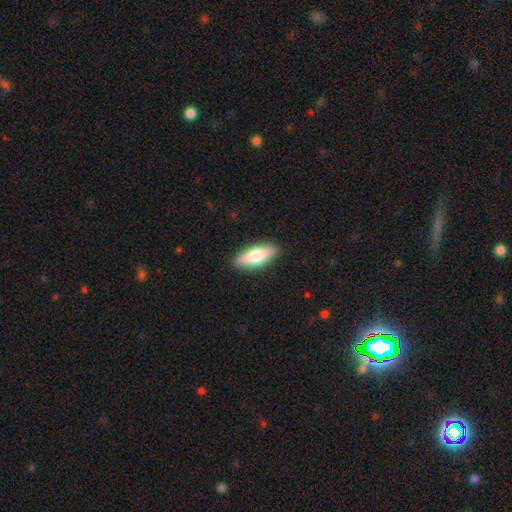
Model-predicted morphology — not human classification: smooth_or_featured: smooth (p=0.72) [alt: featured or disk p=0.22]
how_rounded: in between (p=0.70) [alt: cigar-shaped p=0.28]
merging: none (p=0.89) [alt: minor disturbance p=0.08]